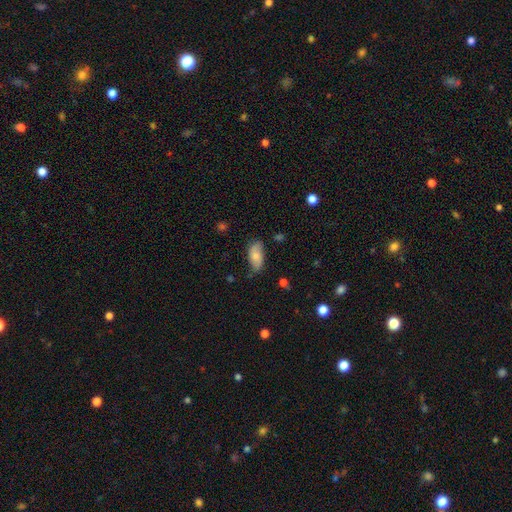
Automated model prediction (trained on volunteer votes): The model was most divided on "merging": none: 67%, minor disturbance: 26%, major disturbance: 5%, merger: 2%. More confident: how rounded — in between (91%); smooth or featured — smooth (72%).